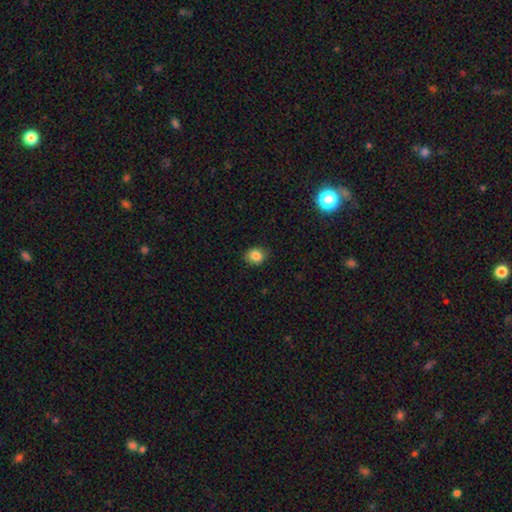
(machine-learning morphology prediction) The model was most divided on "how rounded": round: 65%, in between: 34%, cigar-shaped: 1%. More confident: smooth or featured — smooth (85%); merging — none (84%).